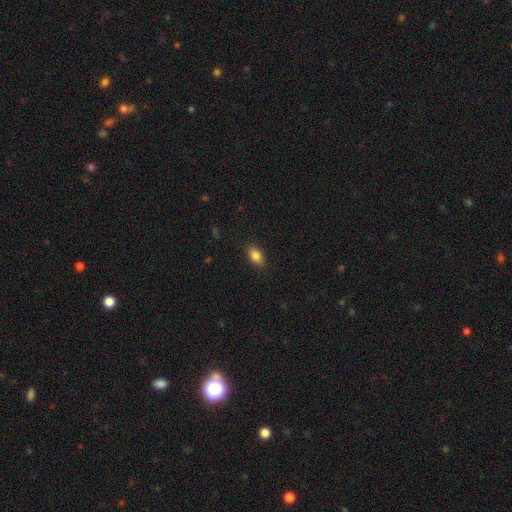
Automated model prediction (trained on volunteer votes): The model was most divided on "how rounded": in between: 85%, round: 13%, cigar-shaped: 2%. More confident: merging — none (87%); smooth or featured — smooth (85%).